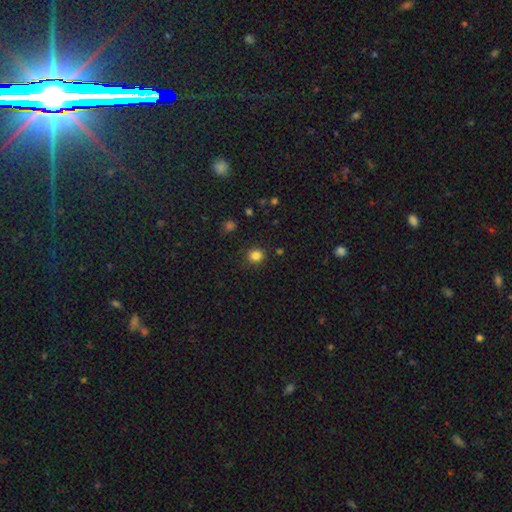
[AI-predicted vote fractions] Smooth or featured? Predicted: smooth (p=0.83). How rounded? Predicted: round (p=0.87). Merging? Predicted: none (p=0.87).